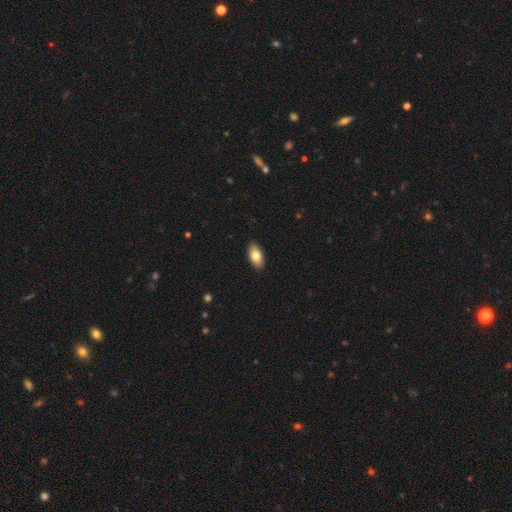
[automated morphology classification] The model was most divided on "smooth or featured": smooth: 79%, featured or disk: 15%, star or artifact: 7%. More confident: how rounded — in between (93%); merging — none (90%).